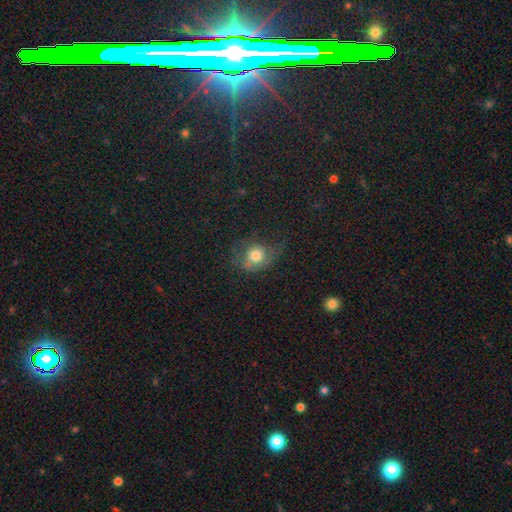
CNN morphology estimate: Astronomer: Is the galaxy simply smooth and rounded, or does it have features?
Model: smooth — 70%.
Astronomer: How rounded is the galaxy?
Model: round — 68%.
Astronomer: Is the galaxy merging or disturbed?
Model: none — 46% (runner-up: minor disturbance, 27%).